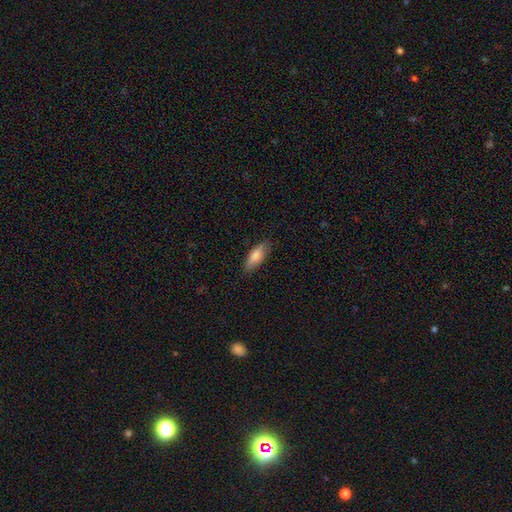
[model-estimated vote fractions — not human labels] The model was most divided on "how rounded": in between: 66%, cigar-shaped: 32%, round: 2%. More confident: merging — none (83%); smooth or featured — smooth (80%).